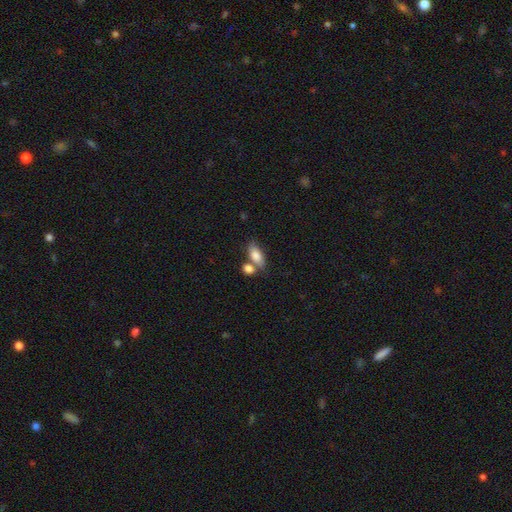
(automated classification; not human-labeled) Overall: smooth (82%). How rounded: in between (86%). Merging: none (48%; merger 35%).